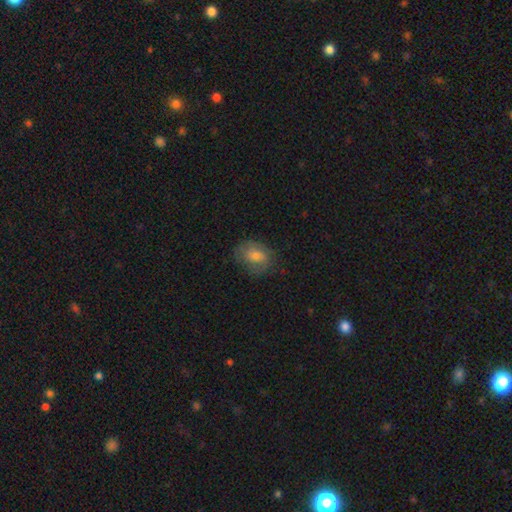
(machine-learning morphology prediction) Q: Smooth or featured?
A: smooth (66%); runner-up: featured or disk (24%)
Q: How rounded?
A: in between (66%); runner-up: round (33%)
Q: Merging?
A: none (68%); runner-up: minor disturbance (22%)